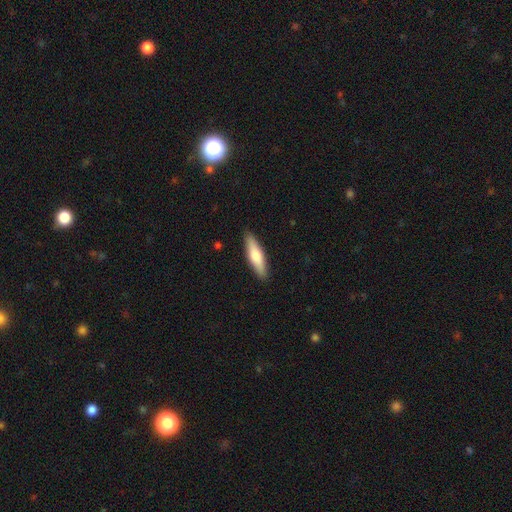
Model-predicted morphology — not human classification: Q: Smooth or featured?
A: smooth (65%); runner-up: featured or disk (30%)
Q: How rounded?
A: cigar-shaped (70%); runner-up: in between (29%)
Q: Merging?
A: none (89%); runner-up: minor disturbance (8%)